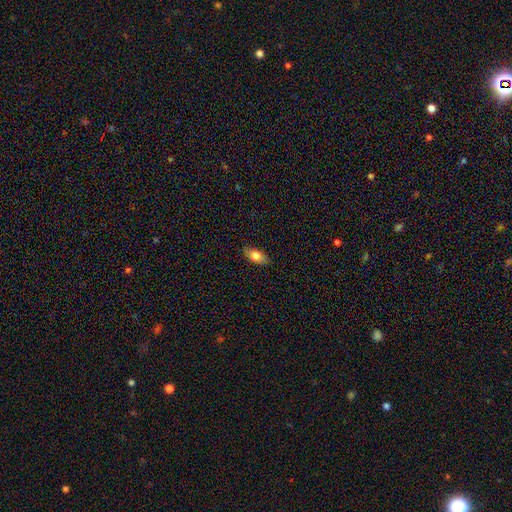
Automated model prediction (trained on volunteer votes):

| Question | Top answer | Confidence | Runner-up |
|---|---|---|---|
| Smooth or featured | smooth | 77% | featured or disk (16%) |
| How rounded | in between | 88% | cigar-shaped (8%) |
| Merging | none | 86% | minor disturbance (11%) |